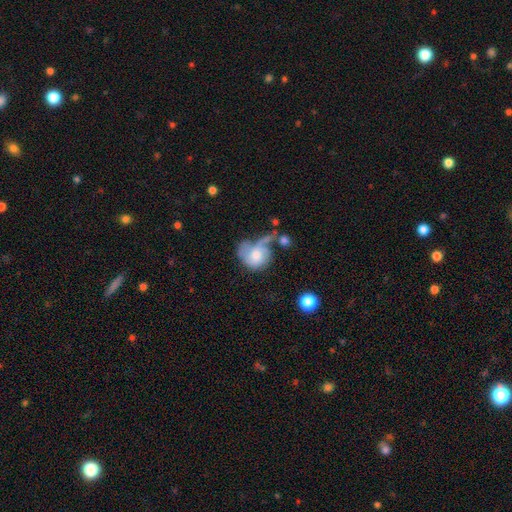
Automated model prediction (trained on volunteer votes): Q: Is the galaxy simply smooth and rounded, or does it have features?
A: smooth — 48%.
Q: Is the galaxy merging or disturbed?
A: major disturbance — 40%.